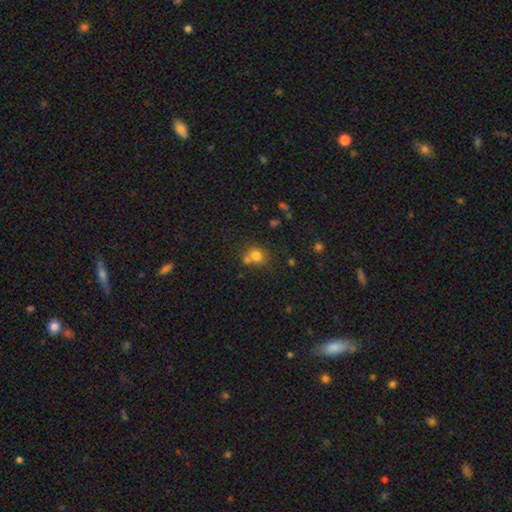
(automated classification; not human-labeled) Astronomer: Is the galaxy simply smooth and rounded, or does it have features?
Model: smooth — 77%.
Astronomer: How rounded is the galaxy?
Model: round — 68%.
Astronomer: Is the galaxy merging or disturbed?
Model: none — 54% (runner-up: merger, 31%).